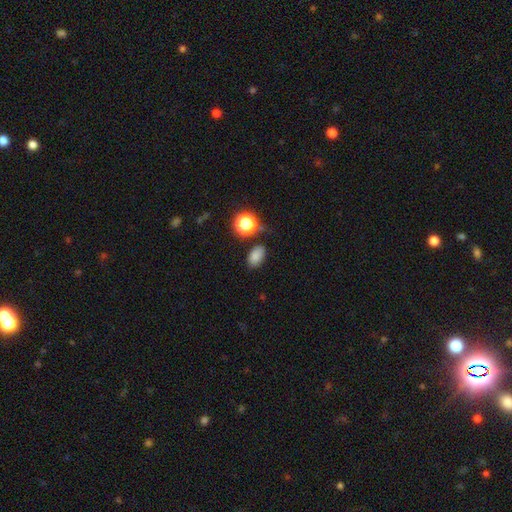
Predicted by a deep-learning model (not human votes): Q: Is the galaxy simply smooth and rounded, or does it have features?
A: smooth — 80%.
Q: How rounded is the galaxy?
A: in between — 85%.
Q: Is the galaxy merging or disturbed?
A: none — 79%.